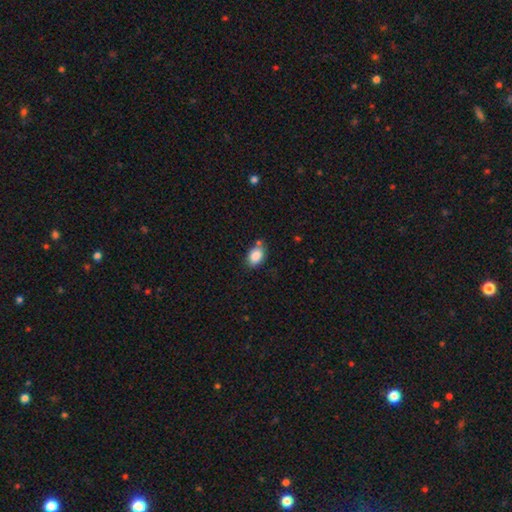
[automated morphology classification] A smooth galaxy with no disk features (87%) that is in between round and cigar-shaped (82%). Merging: none (69%).